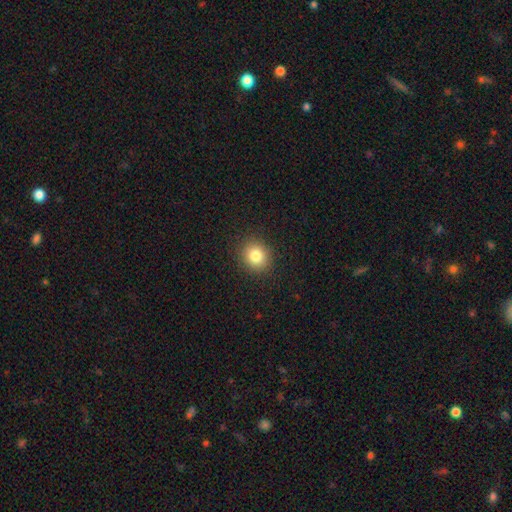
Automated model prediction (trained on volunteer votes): smooth_or_featured: smooth (p=0.82) [alt: star or artifact p=0.11]
how_rounded: round (p=0.82) [alt: in between p=0.17]
merging: none (p=0.90) [alt: minor disturbance p=0.07]